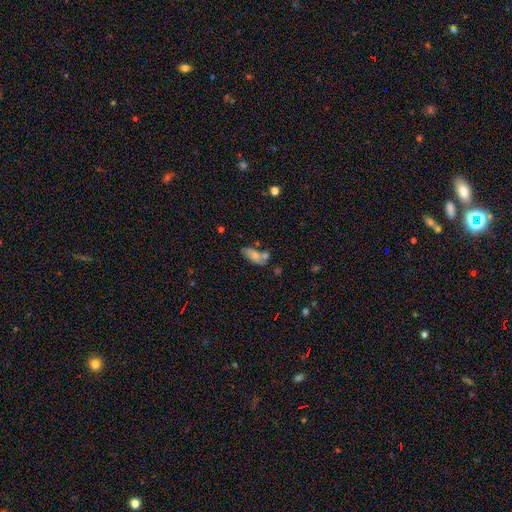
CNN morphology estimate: Smooth or featured? smooth (63%)
How rounded? in between (84%)
Merging? none (44%)